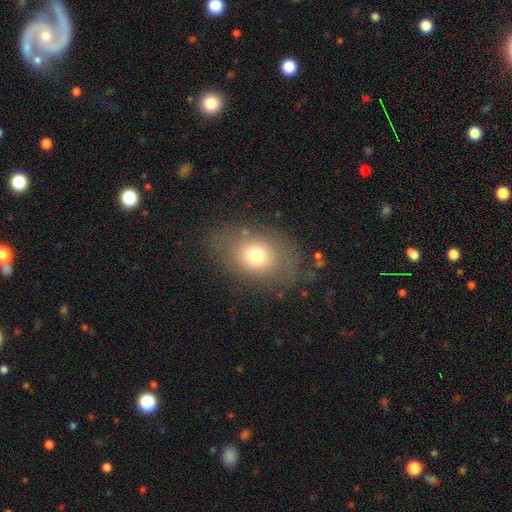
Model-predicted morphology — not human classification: A smooth galaxy with no disk features (71%) that is in between round and cigar-shaped (68%). Merging: none (77%).